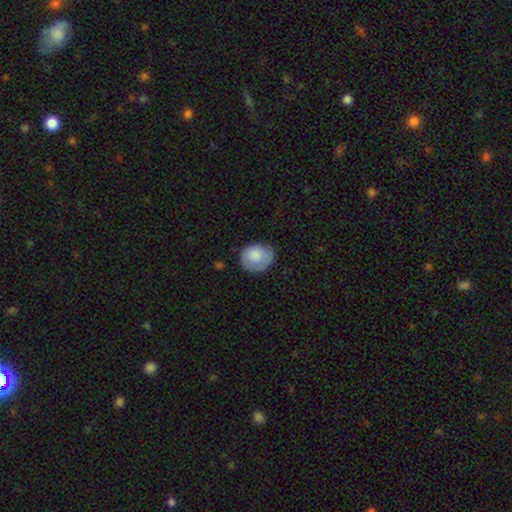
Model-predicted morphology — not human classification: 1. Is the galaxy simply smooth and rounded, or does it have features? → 78% smooth, 15% featured or disk, 7% star or artifact.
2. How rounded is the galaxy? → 62% round, 37% in between, 1% cigar-shaped.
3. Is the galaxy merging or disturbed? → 63% none, 27% minor disturbance, 9% major disturbance, 2% merger.